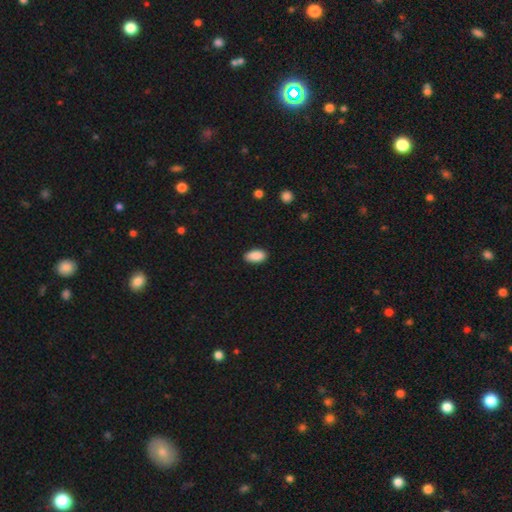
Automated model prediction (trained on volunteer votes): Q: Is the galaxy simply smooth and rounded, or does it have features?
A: smooth — 90%.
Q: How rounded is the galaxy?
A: in between — 93%.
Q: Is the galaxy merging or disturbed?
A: none — 87%.